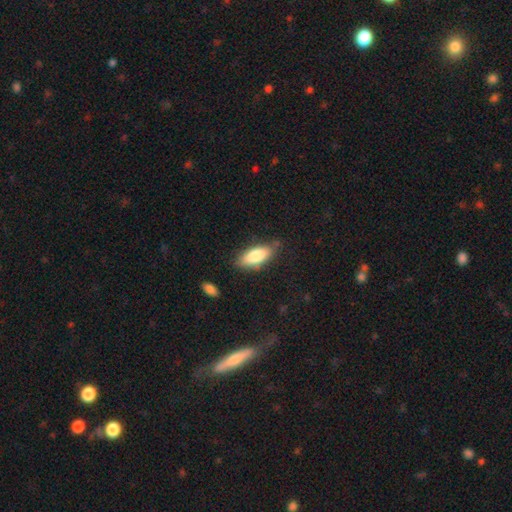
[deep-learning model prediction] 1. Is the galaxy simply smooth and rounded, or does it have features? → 81% smooth, 13% featured or disk, 6% star or artifact.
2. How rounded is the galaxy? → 78% in between, 20% cigar-shaped, 2% round.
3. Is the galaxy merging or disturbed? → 75% none, 18% minor disturbance, 4% major disturbance, 3% merger.